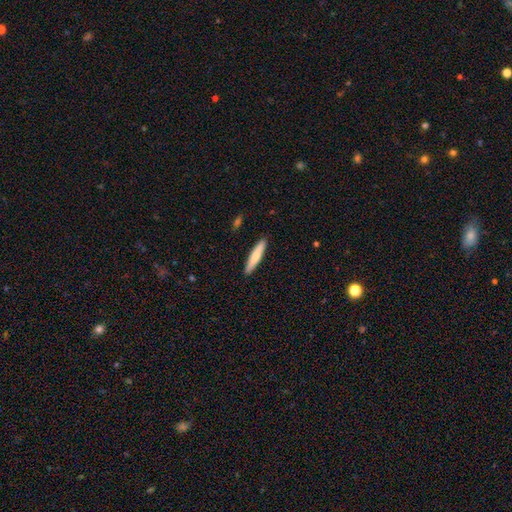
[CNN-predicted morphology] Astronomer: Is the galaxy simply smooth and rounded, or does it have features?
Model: smooth — 73%.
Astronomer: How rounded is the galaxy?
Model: cigar-shaped — 89%.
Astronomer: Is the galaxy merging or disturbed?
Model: none — 91%.